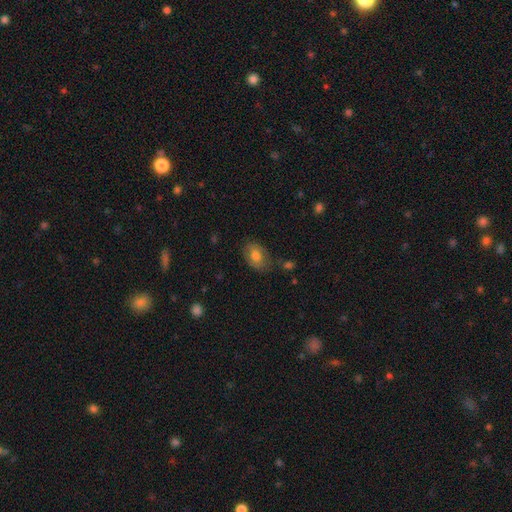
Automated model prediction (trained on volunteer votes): Overall: smooth (69%). How rounded: in between (82%). Merging: none (67%).